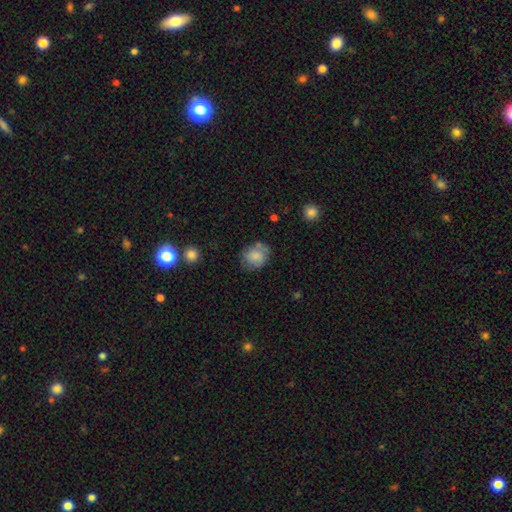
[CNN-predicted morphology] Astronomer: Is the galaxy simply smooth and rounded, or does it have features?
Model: smooth — 74%.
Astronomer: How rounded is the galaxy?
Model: round — 64%.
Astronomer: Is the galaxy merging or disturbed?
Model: none — 65%.